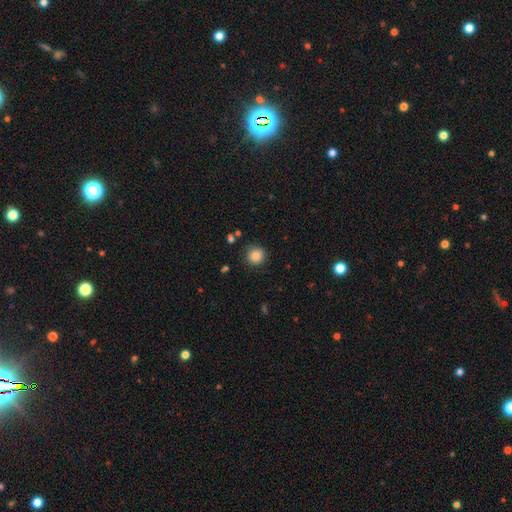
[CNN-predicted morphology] smooth_or_featured: smooth (p=0.86) [alt: star or artifact p=0.10]
how_rounded: round (p=0.92) [alt: in between p=0.07]
merging: none (p=0.86) [alt: minor disturbance p=0.09]